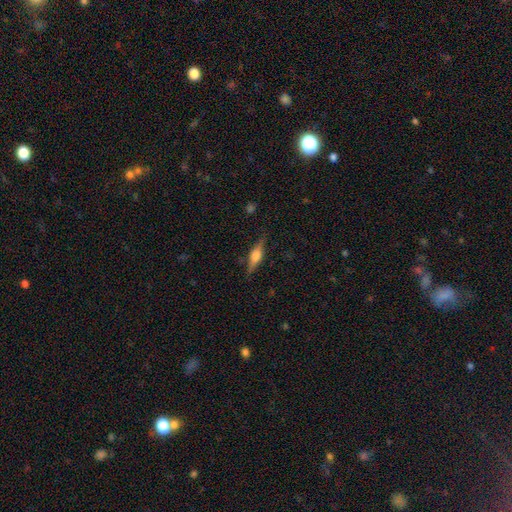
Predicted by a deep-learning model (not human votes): smooth_or_featured: featured or disk (p=0.71) [alt: smooth p=0.22]
disk_edge_on: yes (p=0.97) [alt: no p=0.03]
edge_on_bulge: rounded (p=0.87) [alt: boxy p=0.11]
merging: none (p=0.85) [alt: minor disturbance p=0.11]